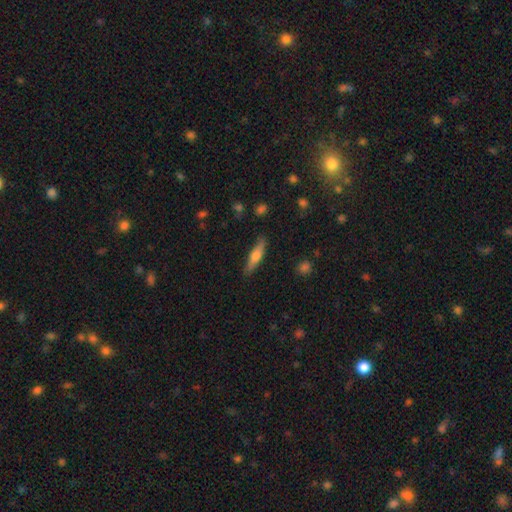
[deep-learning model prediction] A smooth galaxy with no disk features (55%) that is cigar-shaped (75%). Merging: none (85%).